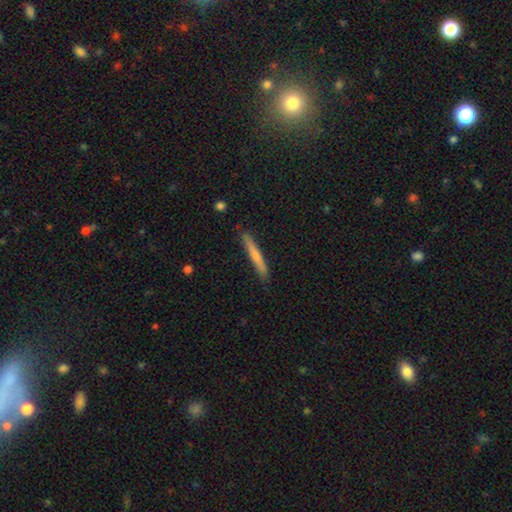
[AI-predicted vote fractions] This appears to be a smooth galaxy with no disk features (62%) that is cigar-shaped (96%). Merging: none (88%).